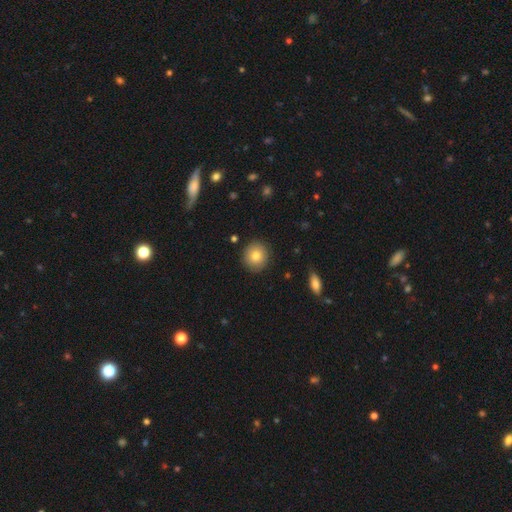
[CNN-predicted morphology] Smooth or featured? smooth (80%)
How rounded? round (89%)
Merging? none (90%)